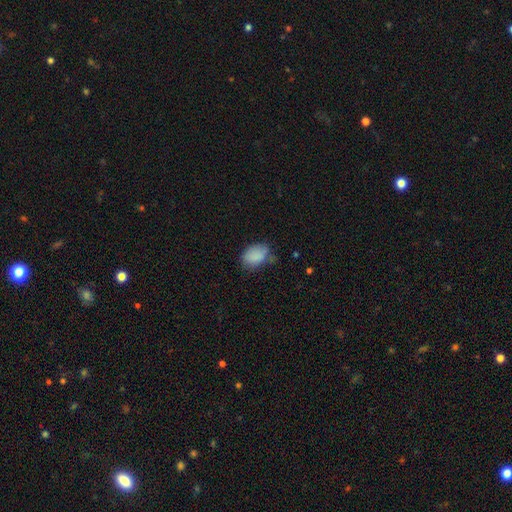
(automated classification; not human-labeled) Morphology: type=smooth (85%); roundness=in between (82%); merging=none (54%).